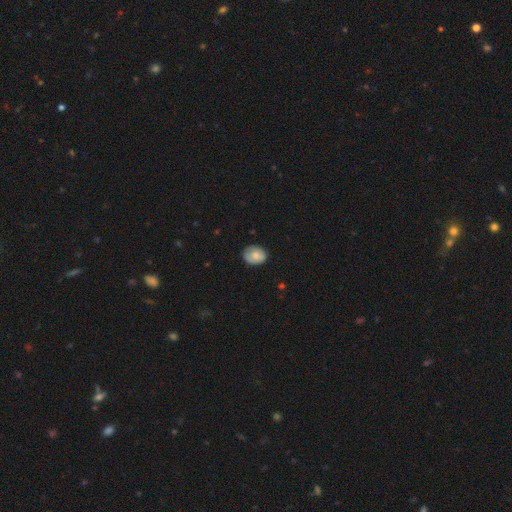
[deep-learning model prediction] Overall: smooth (78%). How rounded: in between (55%; round 45%). Merging: none (74%).